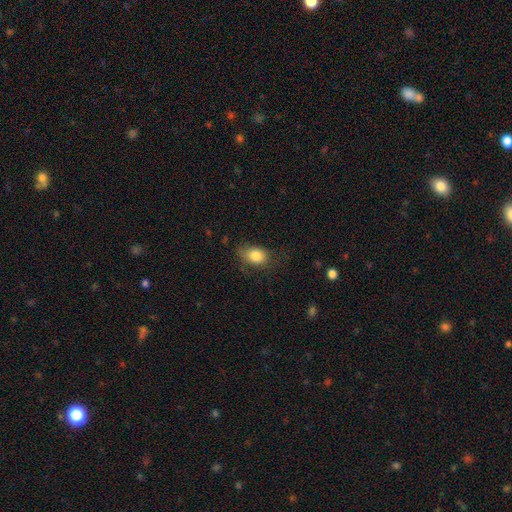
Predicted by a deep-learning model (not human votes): smooth 83%, star or artifact 9%, featured or disk 9%. Down the decision tree: how rounded — in between (74%); merging — none (65%).